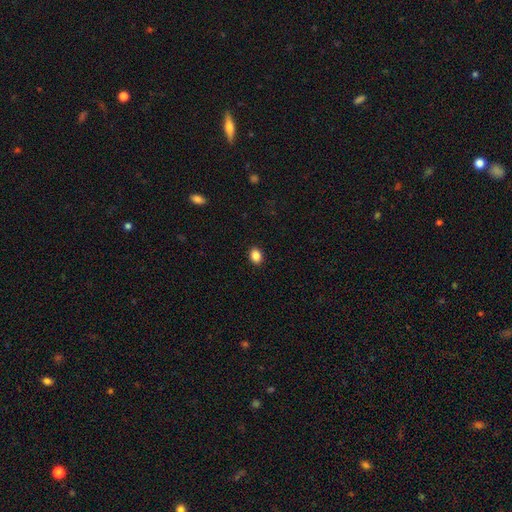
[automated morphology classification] Overall: smooth (87%). How rounded: in between (65%; round 34%). Merging: none (91%).